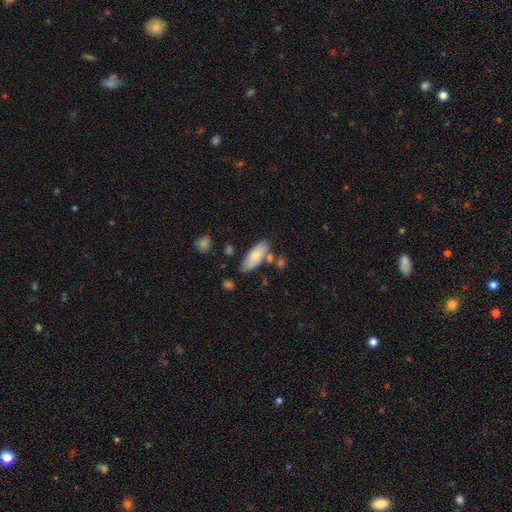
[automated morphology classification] Smooth or featured: smooth — 78% (featured or disk — 16%)
How rounded: in between — 79% (cigar-shaped — 19%)
Merging: none — 67% (minor disturbance — 18%)